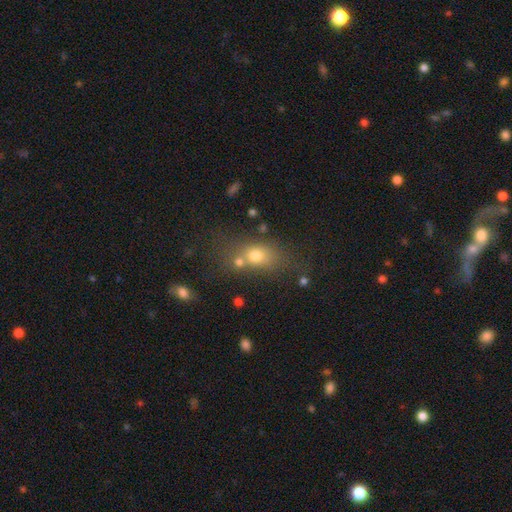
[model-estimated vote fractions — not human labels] Smooth or featured? smooth (67%)
How rounded? in between (58%)
Merging? none (51%)